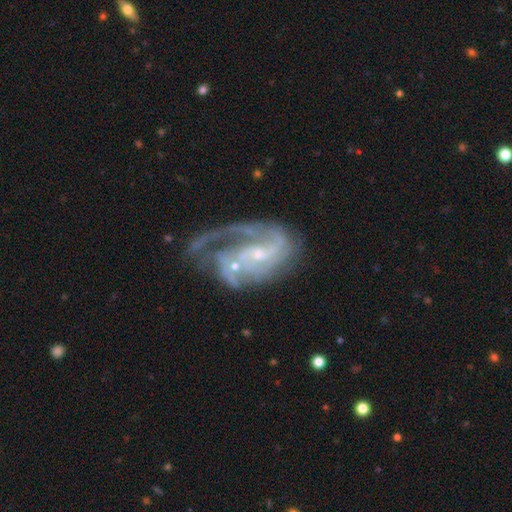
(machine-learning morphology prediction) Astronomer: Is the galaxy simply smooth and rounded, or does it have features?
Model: featured or disk — 86%.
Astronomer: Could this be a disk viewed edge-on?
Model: no — 97%.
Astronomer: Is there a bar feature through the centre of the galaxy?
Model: no — 46% (runner-up: weak, 41%).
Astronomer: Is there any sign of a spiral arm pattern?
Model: yes — 93%.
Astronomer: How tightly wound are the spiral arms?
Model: medium — 46% (runner-up: tight, 28%).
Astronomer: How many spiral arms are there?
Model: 2 — 41% (runner-up: 1, 21%).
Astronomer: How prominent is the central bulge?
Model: small — 69%.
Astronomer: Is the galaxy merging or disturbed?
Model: none — 32% (runner-up: major disturbance, 31%).